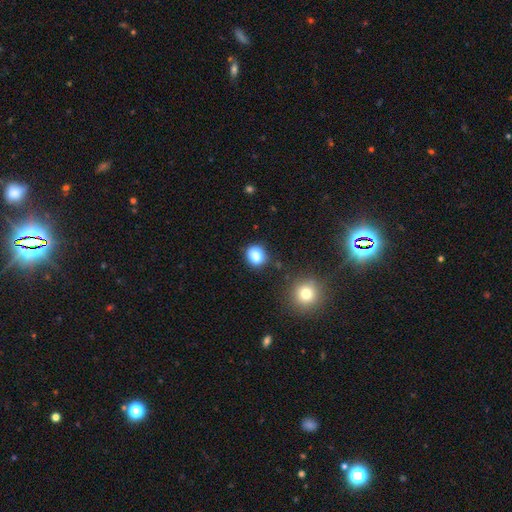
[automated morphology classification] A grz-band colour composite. It shows a smooth galaxy with no disk features (83%) that is round (59%). Merging: none (80%).